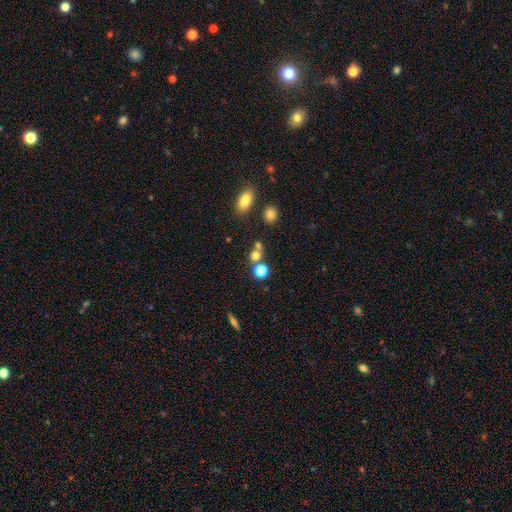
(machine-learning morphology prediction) Smooth or featured? Predicted: smooth (p=0.71). How rounded? Predicted: round (p=0.80). Merging? Predicted: none (p=0.53).